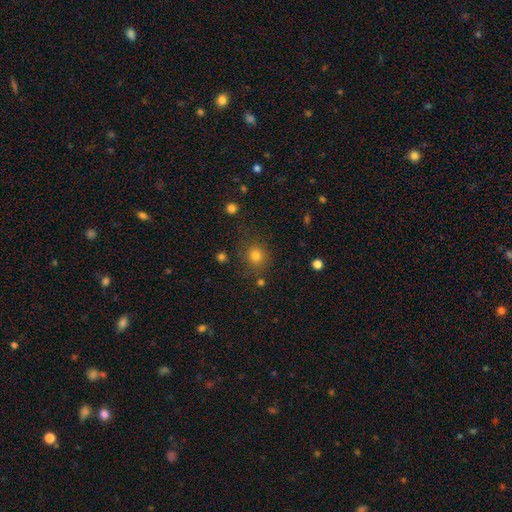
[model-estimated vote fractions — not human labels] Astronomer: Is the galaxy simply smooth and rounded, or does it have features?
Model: smooth — 79%.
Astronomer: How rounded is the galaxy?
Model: round — 87%.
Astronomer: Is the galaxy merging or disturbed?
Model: none — 80%.